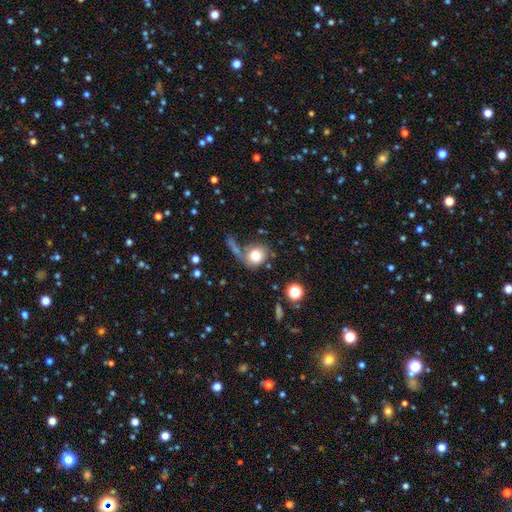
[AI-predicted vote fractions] A smooth galaxy with no disk features (77%) that is round (74%).

Vote fractions:
- Smooth or featured? smooth: 77% / featured or disk: 13% / star or artifact: 10%
- How rounded? round: 74% / in between: 25% / cigar-shaped: 1%
- Merging? none: 52% / merger: 17% / minor disturbance: 16% / major disturbance: 15%